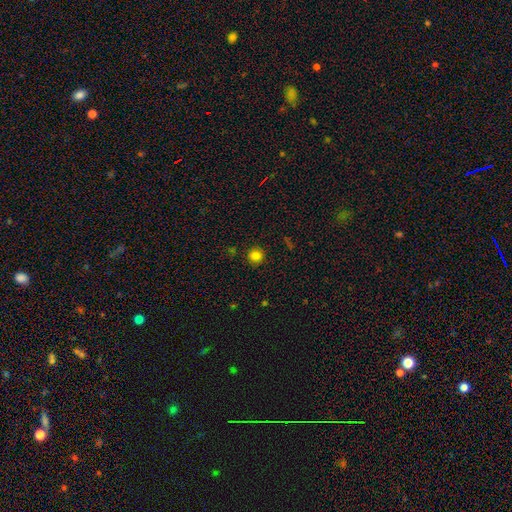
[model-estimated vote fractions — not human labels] Smooth or featured?
  - smooth: 82% *
  - star or artifact: 13%
  - featured or disk: 5%
How rounded?
  - round: 93% *
  - in between: 6%
  - cigar-shaped: 1%
Merging?
  - none: 90% *
  - minor disturbance: 7%
  - major disturbance: 2%
  - merger: 1%